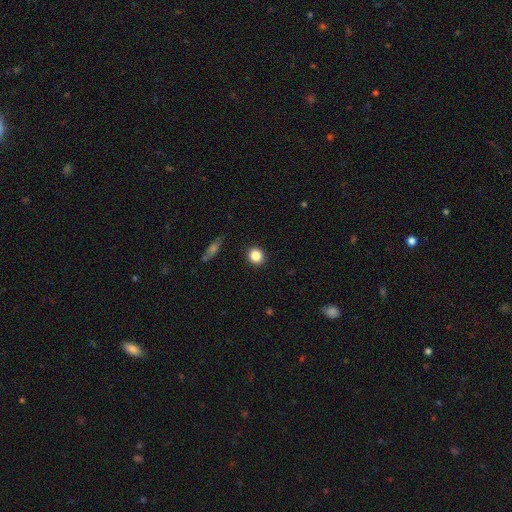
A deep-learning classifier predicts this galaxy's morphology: smooth-or-featured: smooth: 85% | star or artifact: 10% | featured or disk: 5%
  how-rounded: round: 86% | in between: 13% | cigar-shaped: 1%
  merging: none: 91% | minor disturbance: 6% | major disturbance: 2% | merger: 1%